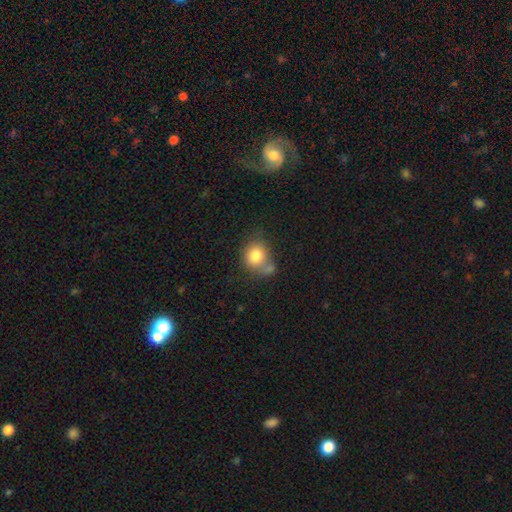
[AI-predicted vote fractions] A smooth galaxy with no disk features (80%) that is round (65%). Merging: none (41%).